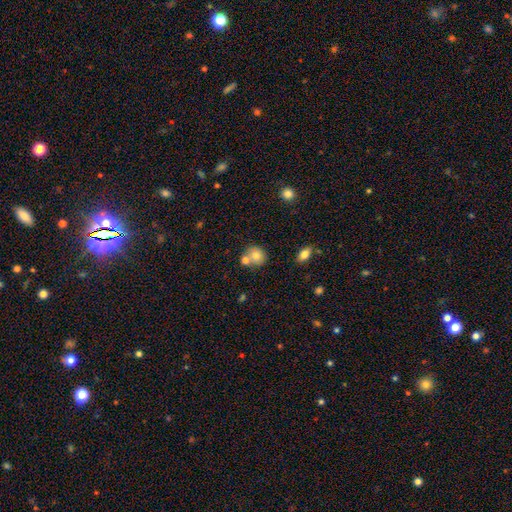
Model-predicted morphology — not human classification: Smooth or featured?
  - smooth: 76% *
  - featured or disk: 13%
  - star or artifact: 11%
How rounded?
  - round: 78% *
  - in between: 21%
  - cigar-shaped: 1%
Merging?
  - none: 58% *
  - merger: 29%
  - minor disturbance: 11%
  - major disturbance: 3%